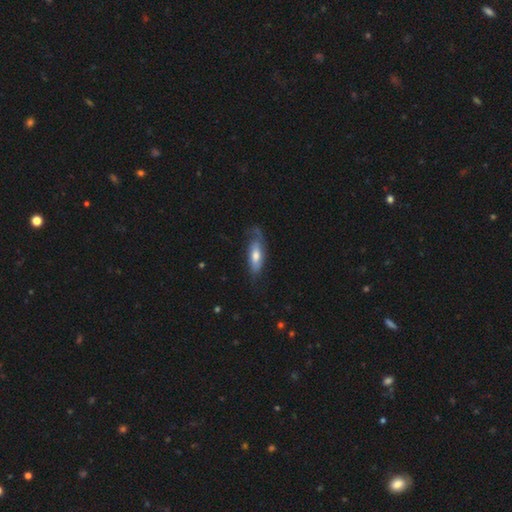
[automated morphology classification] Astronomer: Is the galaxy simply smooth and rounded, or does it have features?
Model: smooth — 51% (runner-up: featured or disk, 42%).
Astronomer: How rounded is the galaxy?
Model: in between — 64%.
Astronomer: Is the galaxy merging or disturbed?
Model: none — 52% (runner-up: minor disturbance, 28%).